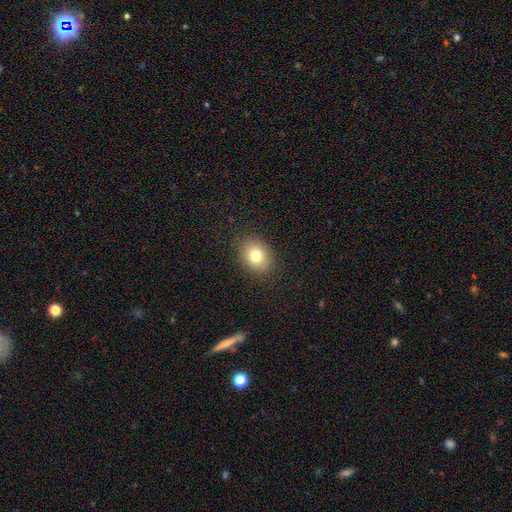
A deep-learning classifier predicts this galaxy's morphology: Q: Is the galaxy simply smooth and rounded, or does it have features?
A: smooth — 78%.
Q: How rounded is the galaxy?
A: in between — 51%.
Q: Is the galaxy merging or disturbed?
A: none — 88%.